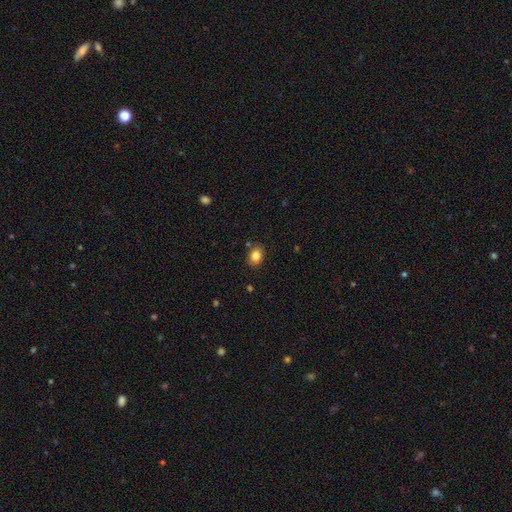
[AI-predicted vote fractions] smooth-or-featured: smooth: 83% | star or artifact: 10% | featured or disk: 7%
  how-rounded: in between: 57% | round: 43% | cigar-shaped: 1%
  merging: none: 83% | minor disturbance: 11% | merger: 4% | major disturbance: 2%